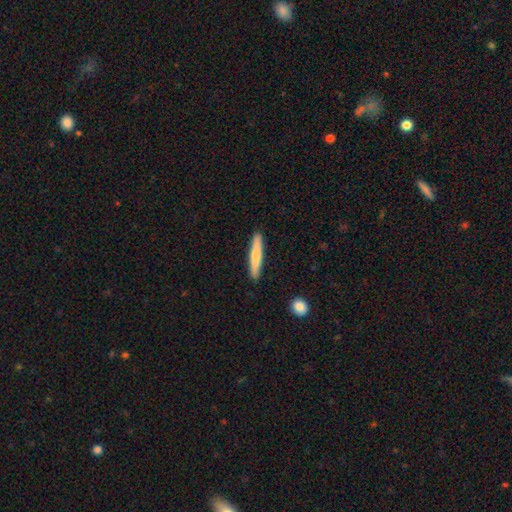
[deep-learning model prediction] Q: Smooth or featured?
A: smooth (73%); runner-up: featured or disk (22%)
Q: How rounded?
A: cigar-shaped (94%); runner-up: in between (5%)
Q: Merging?
A: none (91%); runner-up: minor disturbance (7%)